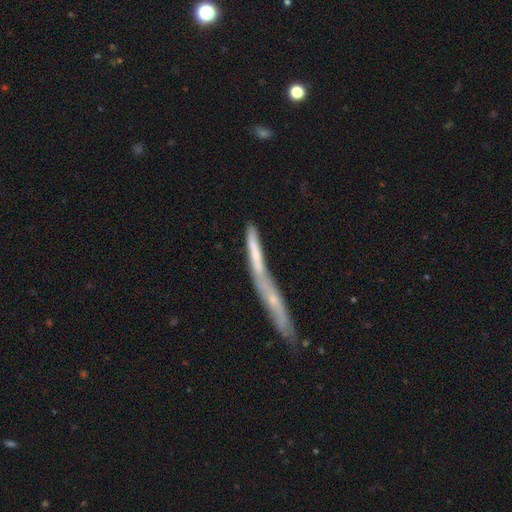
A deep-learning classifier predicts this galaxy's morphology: The model was most divided on "smooth or featured" (2-way tie): smooth: 46%, featured or disk: 46%, star or artifact: 8%. Remaining: merging — none (43%).